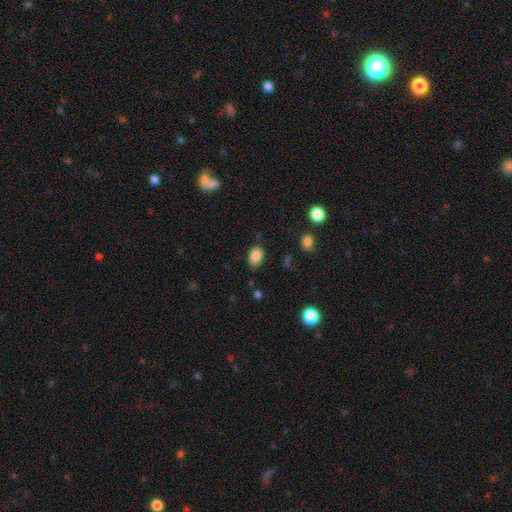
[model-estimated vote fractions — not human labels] This appears to be a smooth galaxy with no disk features (86%) that is in between round and cigar-shaped (77%). Merging: none (76%).